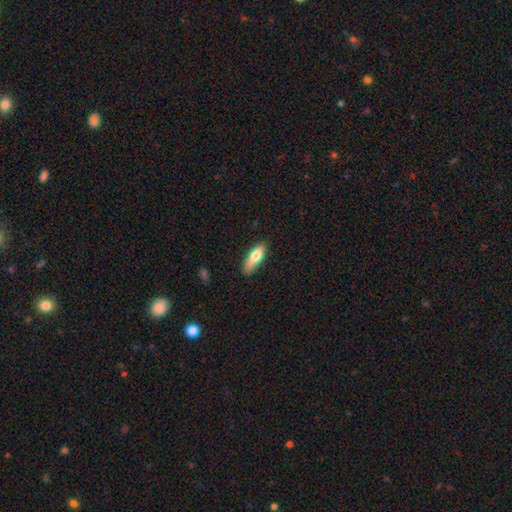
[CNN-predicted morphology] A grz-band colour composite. It shows a smooth galaxy with no disk features (71%) that is in between round and cigar-shaped (59%). Merging: none (75%).